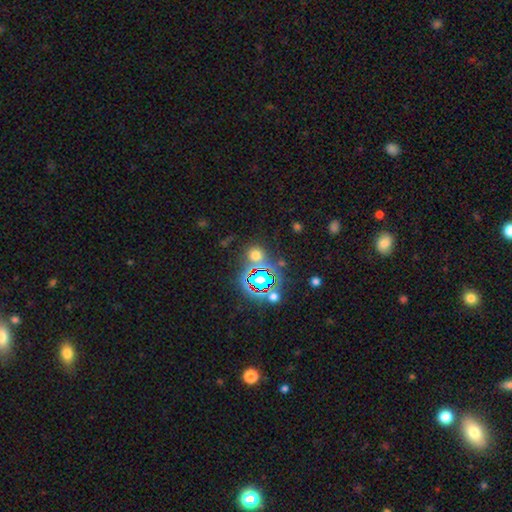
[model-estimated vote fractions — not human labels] This appears to be a smooth galaxy with no disk features (51%) that is round (84%). Merging: none (73%).